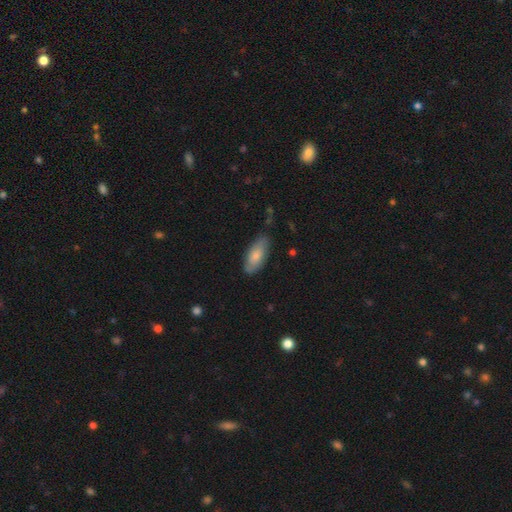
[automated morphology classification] This is likely a smooth galaxy (77%). How rounded: clearly in between (85%). Merging: likely none (75%).